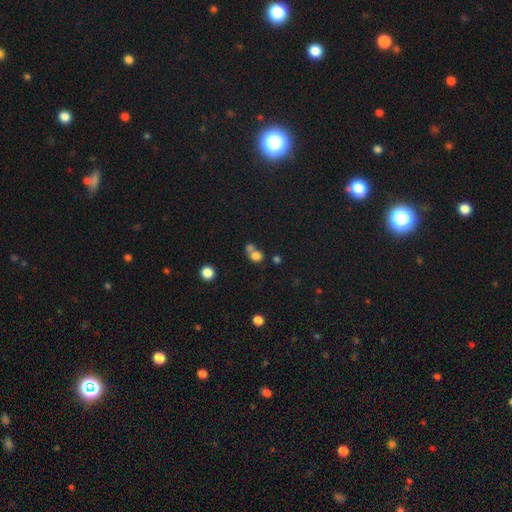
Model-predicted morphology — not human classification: A smooth galaxy with no disk features (77%) that is round (74%). Merging: merger (51%).